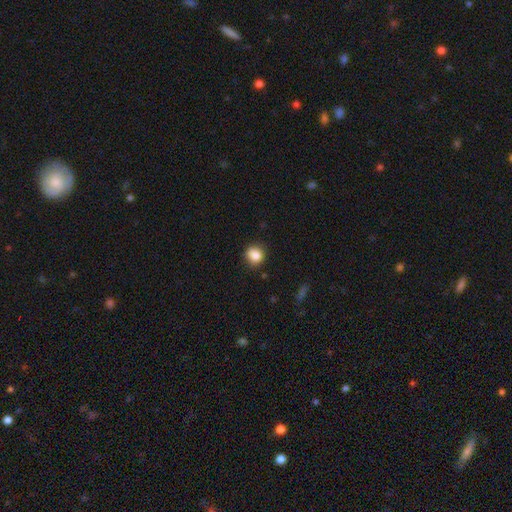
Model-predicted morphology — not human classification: Smooth or featured: smooth — 85% (star or artifact — 9%)
How rounded: round — 76% (in between — 23%)
Merging: none — 77% (minor disturbance — 17%)